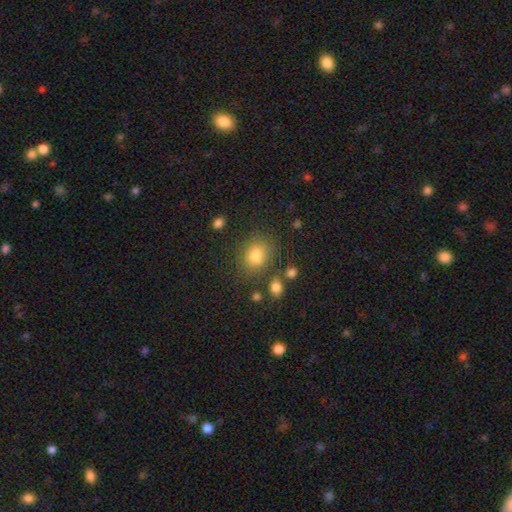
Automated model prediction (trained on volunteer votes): This is clearly a smooth galaxy (80%). How rounded: possibly round (55%). Merging: likely none (76%).